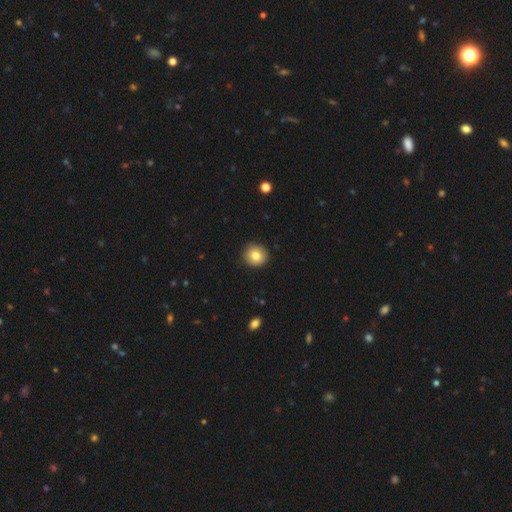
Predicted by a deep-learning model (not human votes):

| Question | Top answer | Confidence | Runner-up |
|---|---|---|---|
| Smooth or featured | smooth | 81% | featured or disk (10%) |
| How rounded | round | 91% | in between (8%) |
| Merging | none | 89% | minor disturbance (8%) |